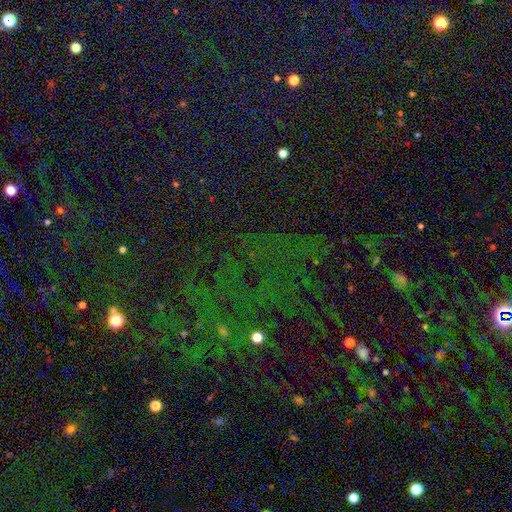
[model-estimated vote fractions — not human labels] smooth-or-featured: star or artifact: 79% | smooth: 13% | featured or disk: 8%